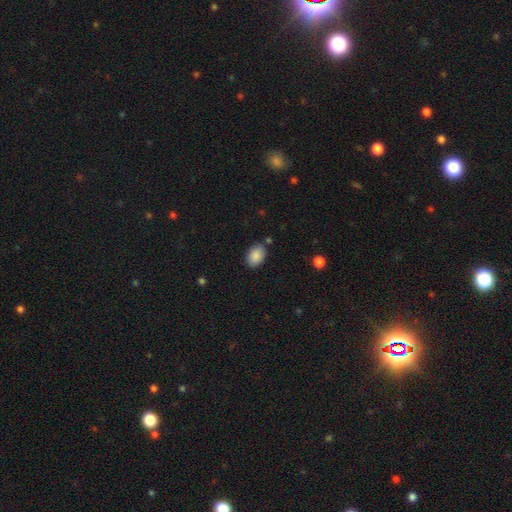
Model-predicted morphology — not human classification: type=smooth (89%); roundness=in between (84%); merging=none (83%).